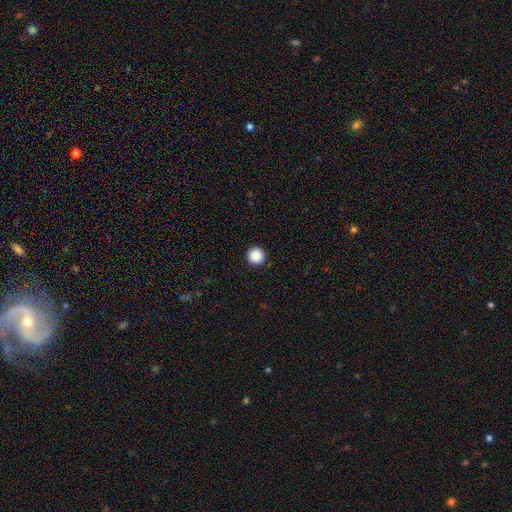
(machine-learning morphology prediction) Smooth or featured? Predicted: smooth (p=0.89). How rounded? Predicted: round (p=0.97). Merging? Predicted: none (p=0.94).